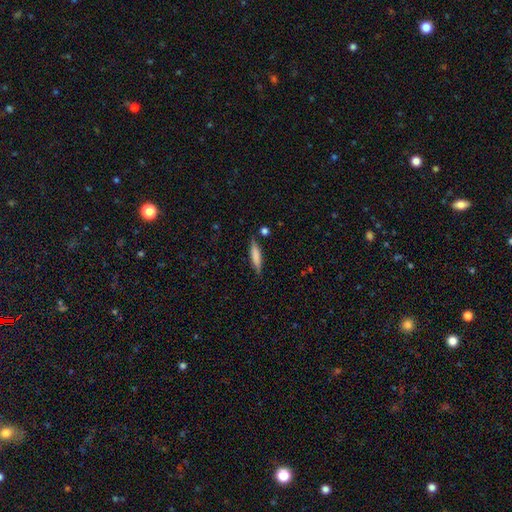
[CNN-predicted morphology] The model was most divided on "smooth or featured": smooth: 72%, featured or disk: 22%, star or artifact: 6%. More confident: merging — none (83%); how rounded — cigar-shaped (81%).